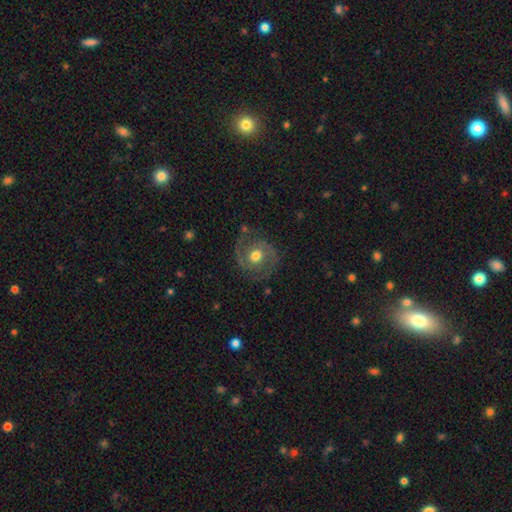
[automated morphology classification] Smooth or featured: featured or disk — 82% (smooth — 12%)
Edge-on disk: no — 98% (yes — 2%)
Bar: no — 69% (weak — 26%)
Spiral arms: yes — 93% (no — 7%)
Spiral winding: medium — 46% (tight — 42%)
Spiral arm count: 2 — 88% (can't tell — 4%)
Bulge size: moderate — 75% (large — 15%)
Merging: none — 77% (minor disturbance — 14%)